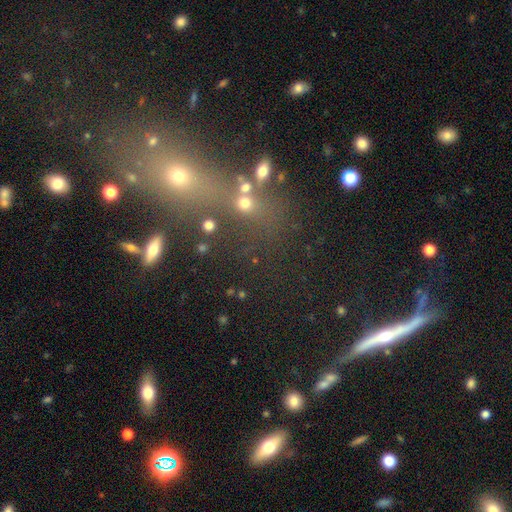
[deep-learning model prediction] This is marginally a smooth galaxy (40%). Merging: possibly none (59%).